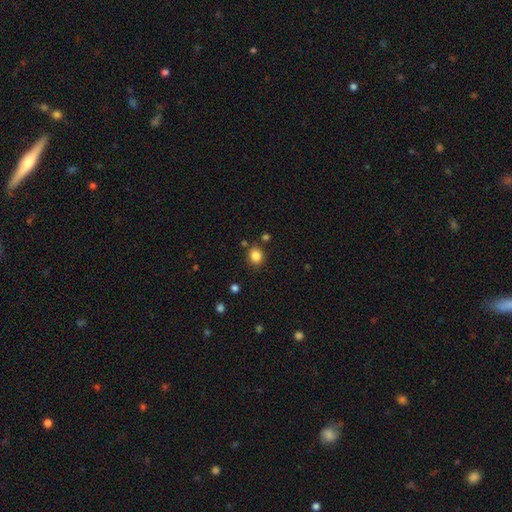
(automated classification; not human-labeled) Smooth or featured? smooth (84%)
How rounded? round (72%)
Merging? none (84%)